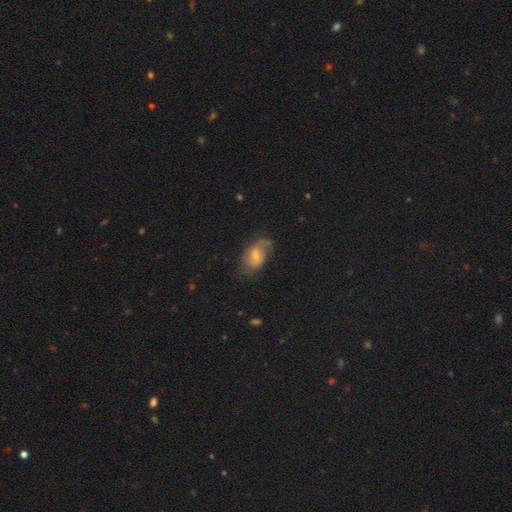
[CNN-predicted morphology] Q: Smooth or featured?
A: featured or disk (57%); runner-up: smooth (33%)
Q: Edge-on disk?
A: no (94%); runner-up: yes (6%)
Q: Bar?
A: no (66%); runner-up: weak (29%)
Q: Spiral arms?
A: yes (79%); runner-up: no (21%)
Q: Bulge size?
A: moderate (49%); runner-up: small (46%)
Q: Merging?
A: none (60%); runner-up: minor disturbance (26%)